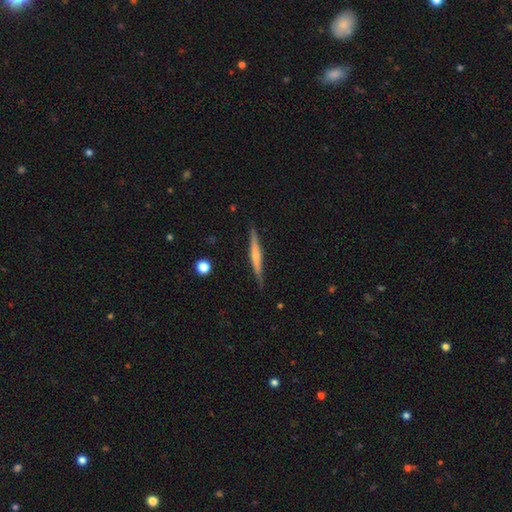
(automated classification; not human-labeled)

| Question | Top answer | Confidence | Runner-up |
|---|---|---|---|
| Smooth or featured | featured or disk | 57% | smooth (37%) |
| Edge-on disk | yes | 97% | no (3%) |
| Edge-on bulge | rounded | 53% | none (37%) |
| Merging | none | 87% | minor disturbance (10%) |